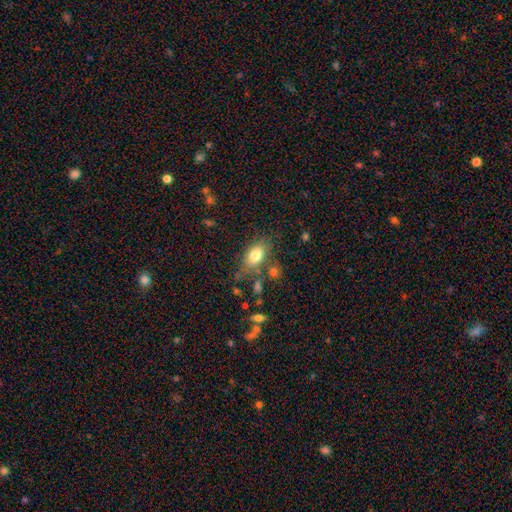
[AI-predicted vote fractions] Overall: smooth (79%). How rounded: in between (85%). Merging: none (63%).